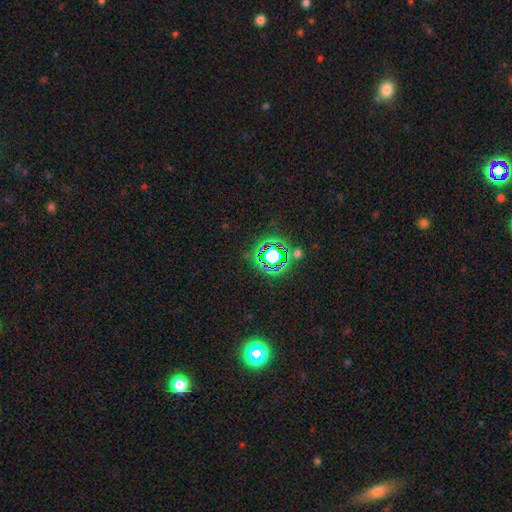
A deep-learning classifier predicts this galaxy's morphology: type=star or artifact (79%).